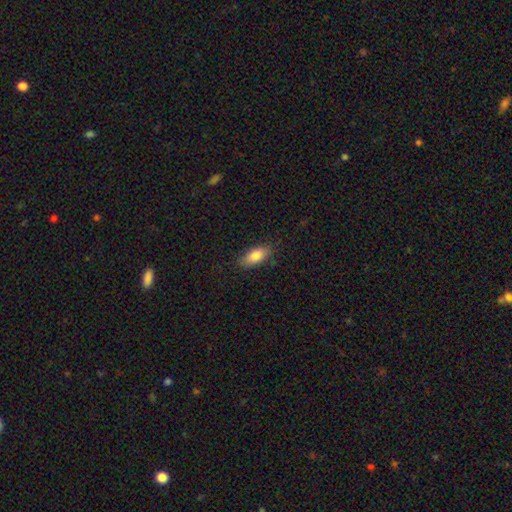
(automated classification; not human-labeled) Morphology: type=smooth (81%); roundness=in between (85%); merging=none (84%).